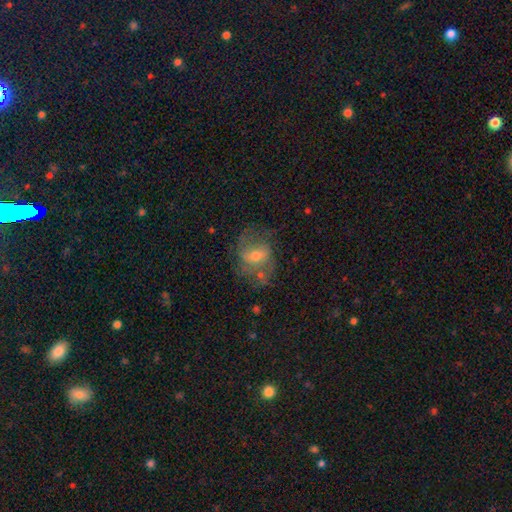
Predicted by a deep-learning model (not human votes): This appears to be a featured or disk galaxy (57%) with a weak bar (48%), spiral arms (66%) and a moderate central bulge (55%). Merging: none (52%).